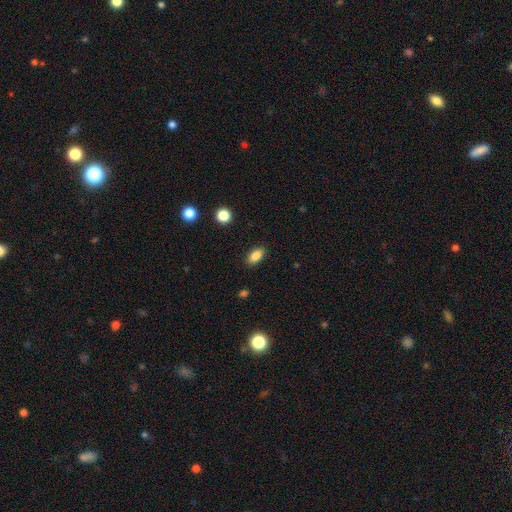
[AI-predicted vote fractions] Smooth or featured? Predicted: smooth (p=0.86). How rounded? Predicted: in between (p=0.90). Merging? Predicted: none (p=0.88).